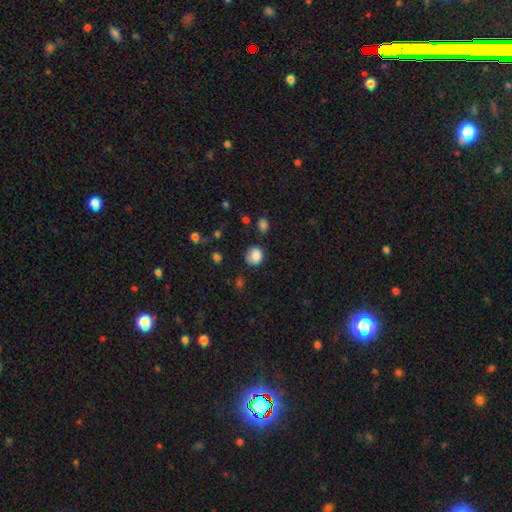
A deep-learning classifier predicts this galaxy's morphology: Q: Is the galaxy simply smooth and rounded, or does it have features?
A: smooth — 84%.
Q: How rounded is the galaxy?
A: round — 73%.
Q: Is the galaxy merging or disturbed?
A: none — 64%.